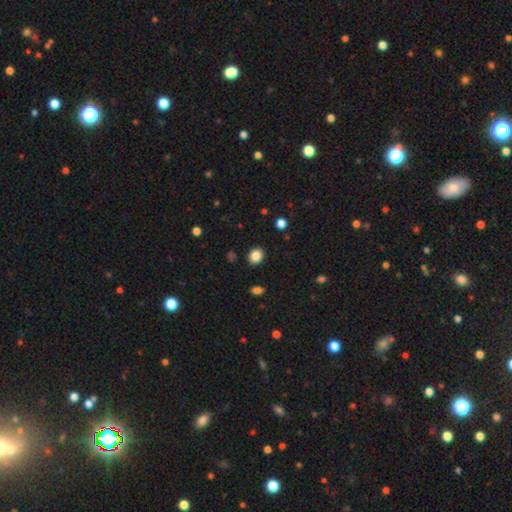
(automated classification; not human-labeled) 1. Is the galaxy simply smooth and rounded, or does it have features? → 86% smooth, 10% star or artifact, 4% featured or disk.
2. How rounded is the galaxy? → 60% round, 40% in between, 1% cigar-shaped.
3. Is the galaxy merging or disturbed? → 88% none, 8% minor disturbance, 2% major disturbance, 2% merger.